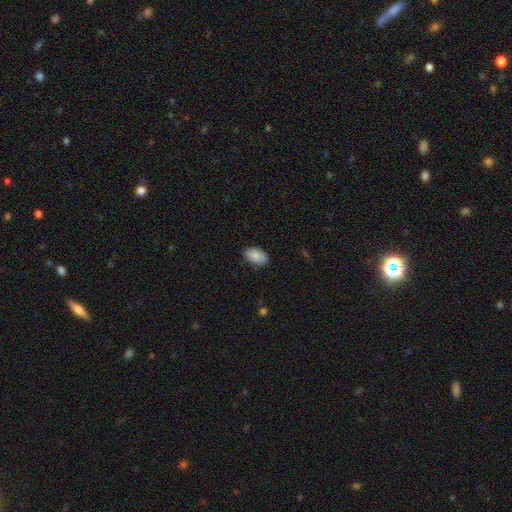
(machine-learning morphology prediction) type=smooth (88%); roundness=in between (92%); merging=none (85%).